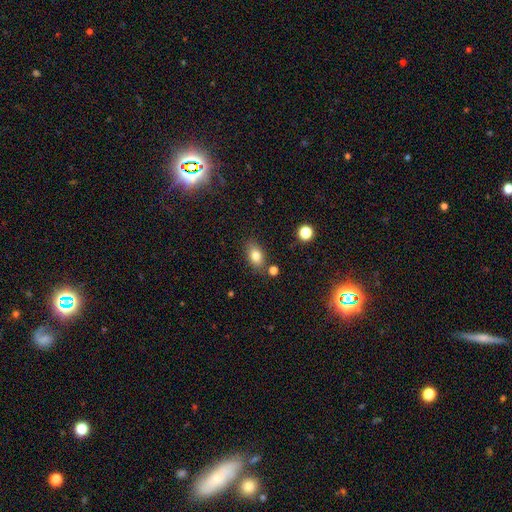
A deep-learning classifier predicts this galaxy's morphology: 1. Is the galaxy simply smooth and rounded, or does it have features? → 79% smooth, 11% featured or disk, 10% star or artifact.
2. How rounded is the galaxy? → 82% in between, 16% round, 2% cigar-shaped.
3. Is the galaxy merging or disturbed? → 78% none, 13% minor disturbance, 6% merger, 3% major disturbance.